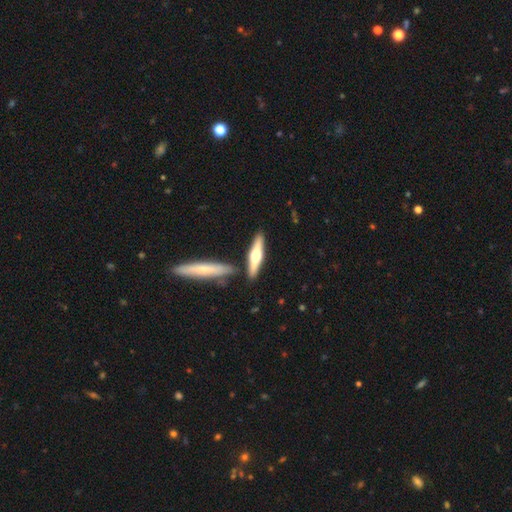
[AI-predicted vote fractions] This appears to be a featured or disk galaxy (57%) viewed edge-on (95%) with a rounded central bulge (93%). Merging: none (81%).